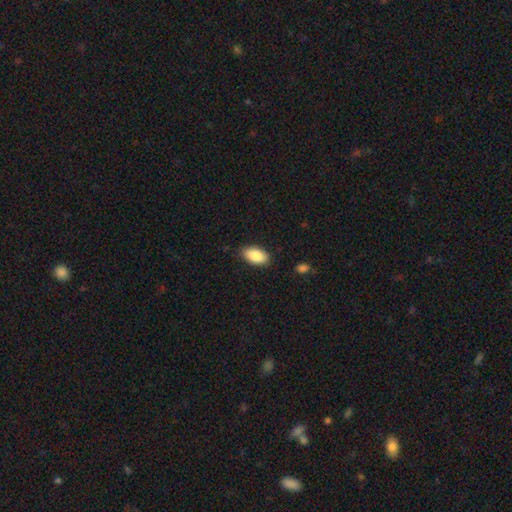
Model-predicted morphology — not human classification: Smooth or featured? Predicted: smooth (p=0.87). How rounded? Predicted: in between (p=0.94). Merging? Predicted: none (p=0.86).